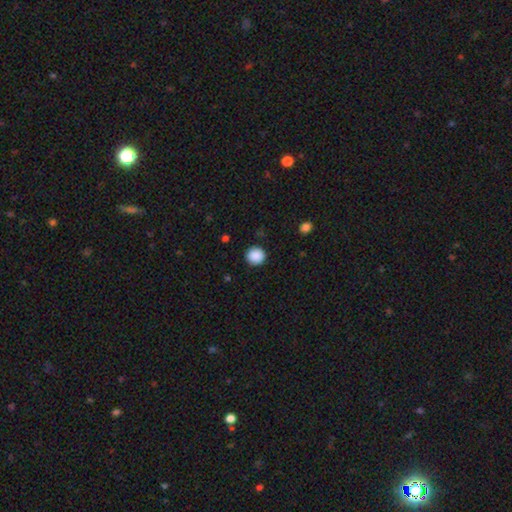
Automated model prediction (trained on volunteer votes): This appears to be a smooth galaxy with no disk features (89%) that is round (91%). Merging: none (90%).